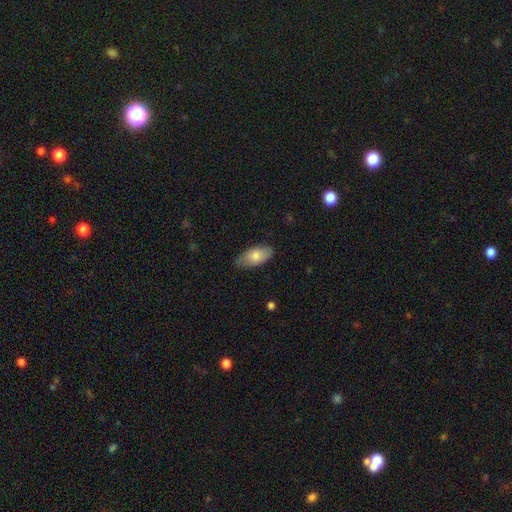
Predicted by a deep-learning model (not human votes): The model was most divided on "merging": none: 76%, minor disturbance: 20%, major disturbance: 3%, merger: 1%. More confident: how rounded — in between (92%); smooth or featured — smooth (80%).